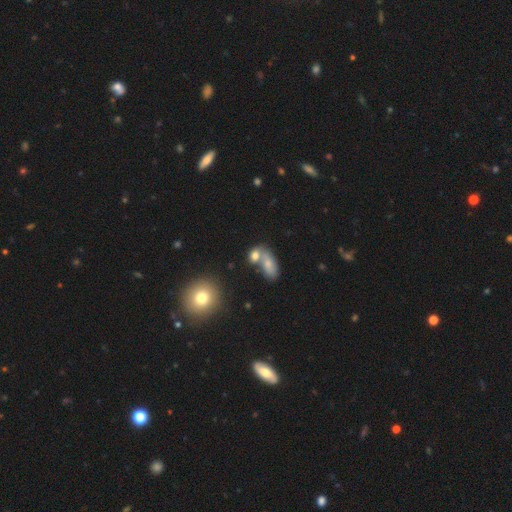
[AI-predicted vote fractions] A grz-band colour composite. It shows a smooth galaxy with no disk features (71%) that is in between round and cigar-shaped (70%). Merging: merger (51%).